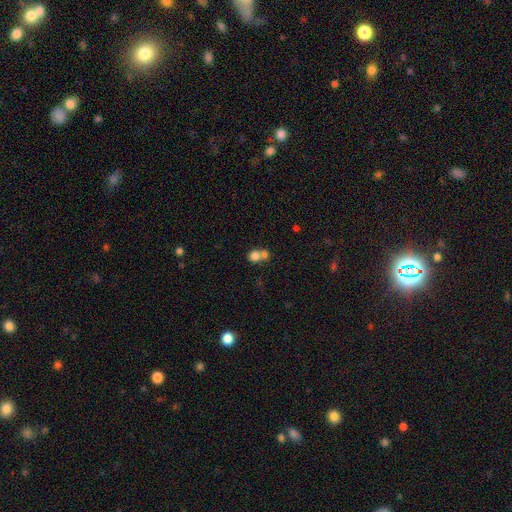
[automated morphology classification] A smooth galaxy with no disk features (78%) that is round (75%).

Vote fractions:
- Smooth or featured? smooth: 78% / featured or disk: 11% / star or artifact: 11%
- How rounded? round: 75% / in between: 24% / cigar-shaped: 1%
- Merging? merger: 57% / none: 33% / minor disturbance: 7% / major disturbance: 4%